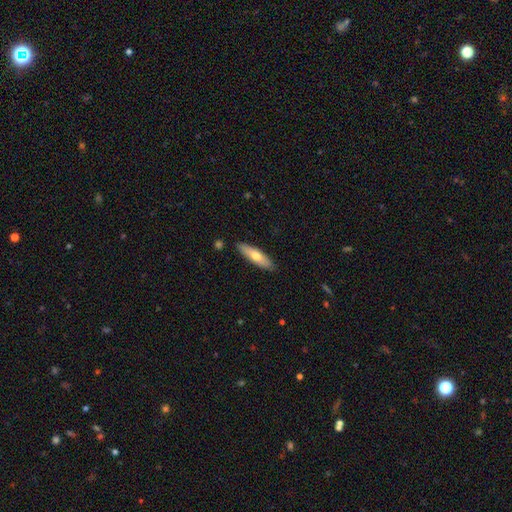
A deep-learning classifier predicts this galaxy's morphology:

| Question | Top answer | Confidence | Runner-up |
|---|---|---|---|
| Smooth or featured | smooth | 65% | featured or disk (30%) |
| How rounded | cigar-shaped | 62% | in between (36%) |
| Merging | none | 88% | minor disturbance (9%) |